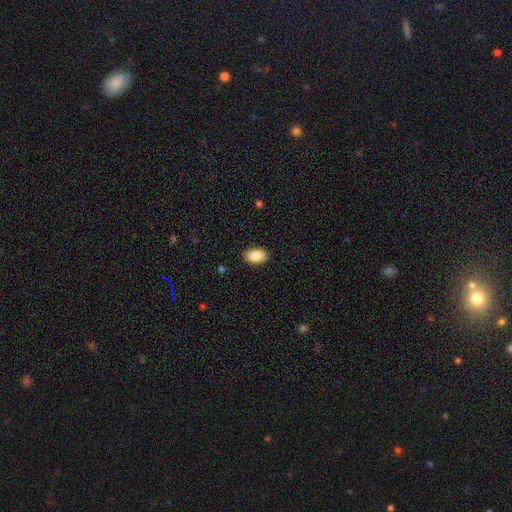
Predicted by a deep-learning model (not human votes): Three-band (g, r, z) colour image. It shows a smooth galaxy with no disk features (88%) that is in between round and cigar-shaped (90%). Merging: none (89%).